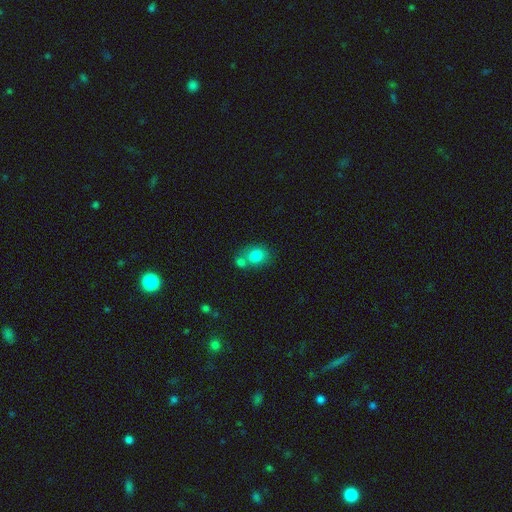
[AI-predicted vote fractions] This appears to be a smooth galaxy with no disk features (81%) that is round (59%). Merging: none (47%).